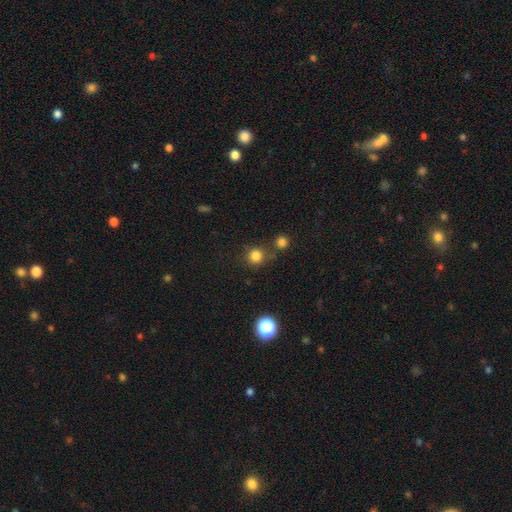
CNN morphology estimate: A smooth galaxy with no disk features (81%) that is round (91%). Merging: none (75%).